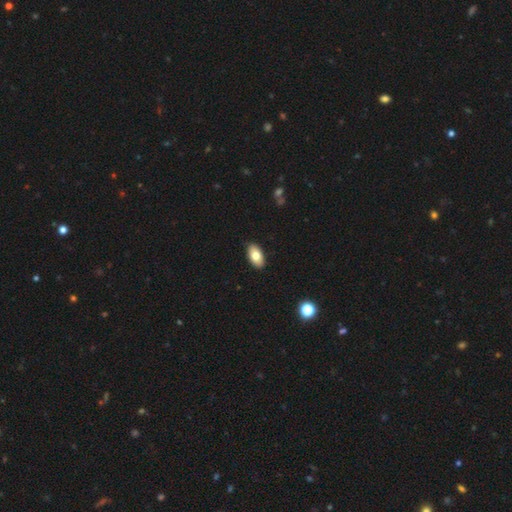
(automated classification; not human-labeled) Q: Smooth or featured?
A: smooth (79%); runner-up: featured or disk (14%)
Q: How rounded?
A: in between (94%); runner-up: round (3%)
Q: Merging?
A: none (89%); runner-up: minor disturbance (8%)